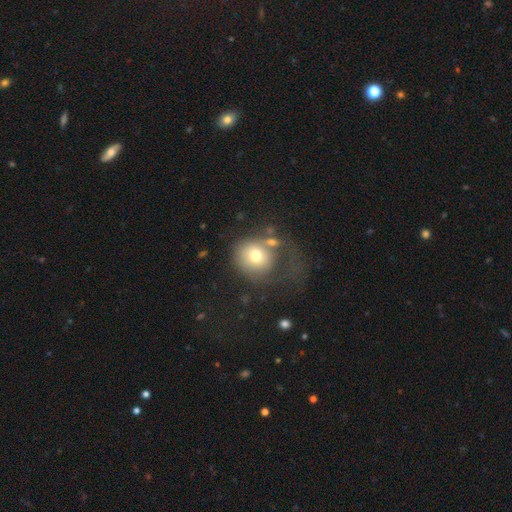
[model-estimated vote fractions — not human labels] Q: Smooth or featured?
A: smooth (69%); runner-up: featured or disk (21%)
Q: How rounded?
A: round (81%); runner-up: in between (18%)
Q: Merging?
A: major disturbance (37%); runner-up: none (33%)